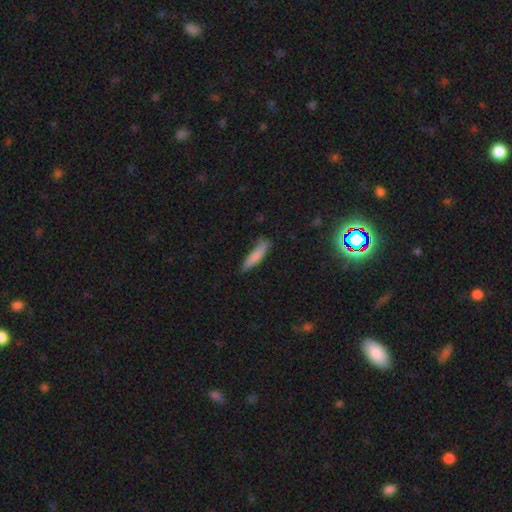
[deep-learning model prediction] This is likely a smooth galaxy (80%). How rounded: clearly cigar-shaped (83%). Merging: likely none (76%).